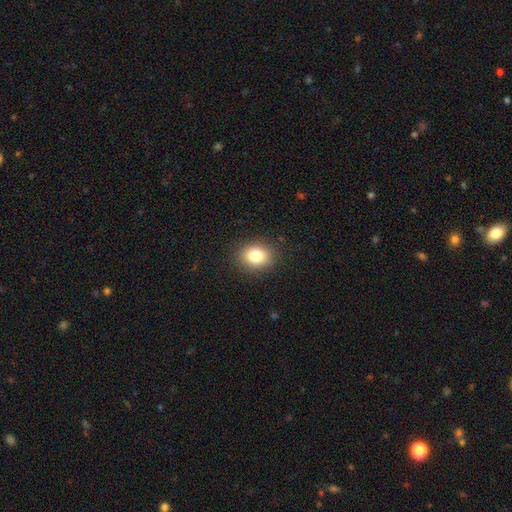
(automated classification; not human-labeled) Q: Smooth or featured?
A: smooth (81%); runner-up: star or artifact (10%)
Q: How rounded?
A: in between (54%); runner-up: round (45%)
Q: Merging?
A: none (88%); runner-up: minor disturbance (8%)